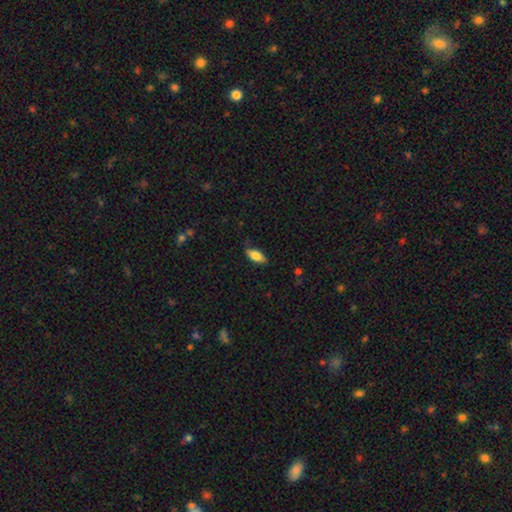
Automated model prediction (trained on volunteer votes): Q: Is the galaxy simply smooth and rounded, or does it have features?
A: smooth — 78%.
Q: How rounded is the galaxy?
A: in between — 84%.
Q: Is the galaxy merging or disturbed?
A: none — 78%.